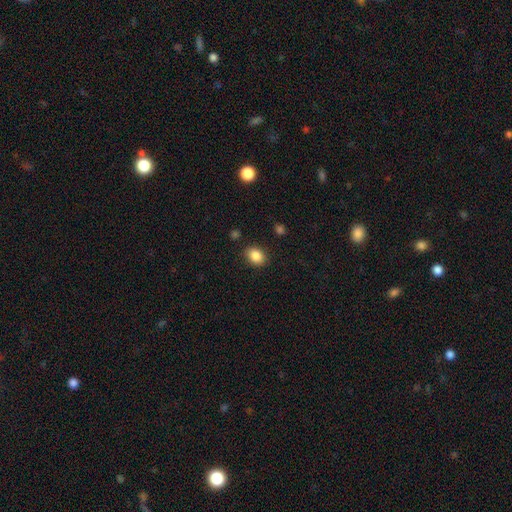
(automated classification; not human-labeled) smooth_or_featured: smooth (p=0.87) [alt: star or artifact p=0.09]
how_rounded: in between (p=0.63) [alt: round p=0.36]
merging: none (p=0.86) [alt: minor disturbance p=0.10]